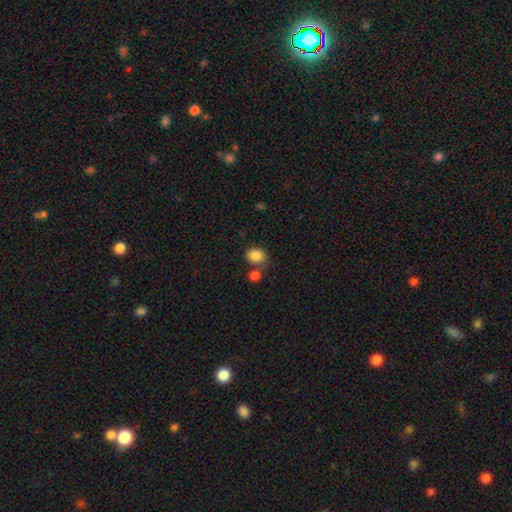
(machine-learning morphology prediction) Smooth or featured: smooth — 85% (star or artifact — 9%)
How rounded: round — 52% (in between — 47%)
Merging: none — 53% (merger — 29%)